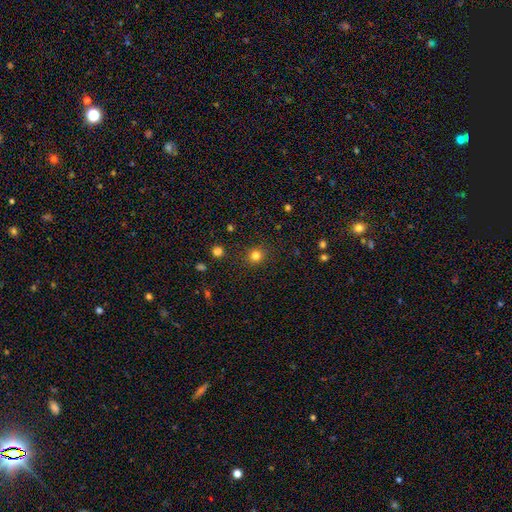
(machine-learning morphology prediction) This is clearly a smooth galaxy (81%). How rounded: clearly round (85%). Merging: clearly none (88%).